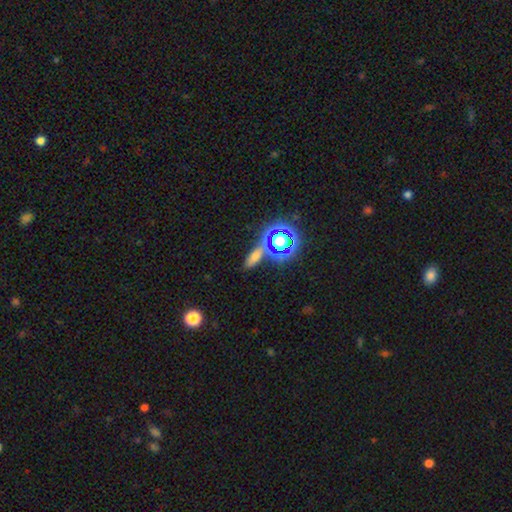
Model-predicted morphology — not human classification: Smooth or featured? smooth (48%)
Merging? none (70%)